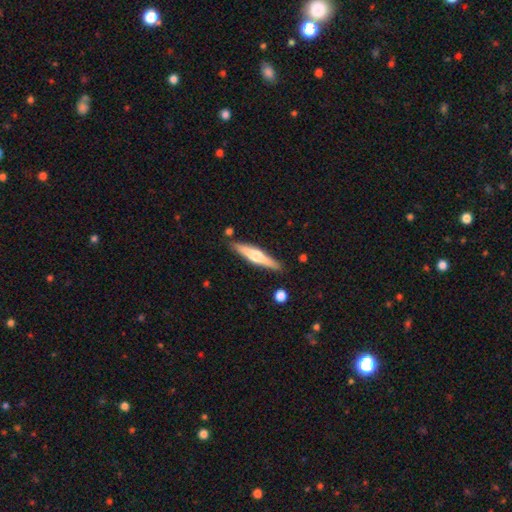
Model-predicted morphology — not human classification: featured or disk 57%, smooth 38%, star or artifact 5%. Down the decision tree: edge-on disk — yes (96%); edge-on bulge — rounded (89%); merging — none (86%).